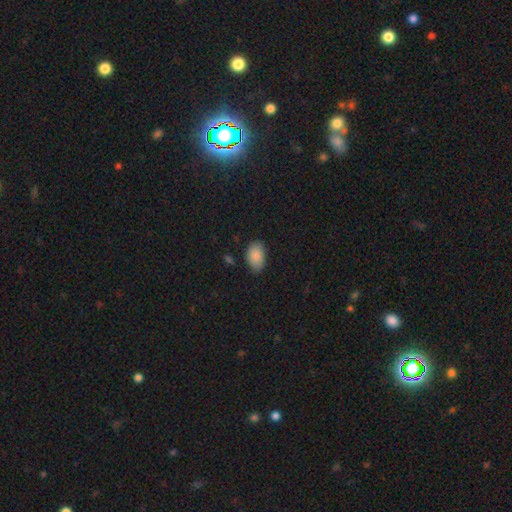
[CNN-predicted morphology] This appears to be a smooth galaxy with no disk features (88%) that is in between round and cigar-shaped (91%). Merging: none (79%).